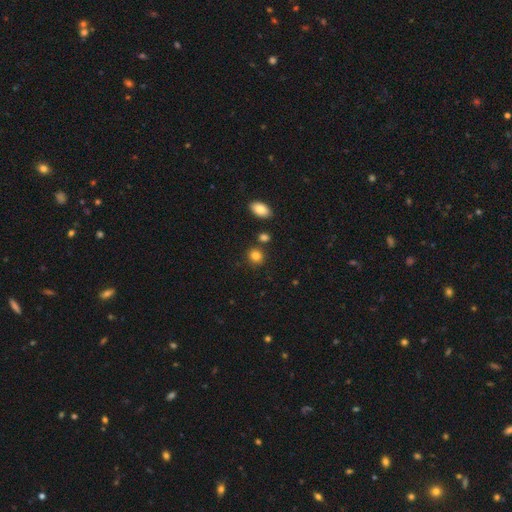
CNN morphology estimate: This is clearly a smooth galaxy (83%). How rounded: likely round (75%). Merging: clearly none (81%).